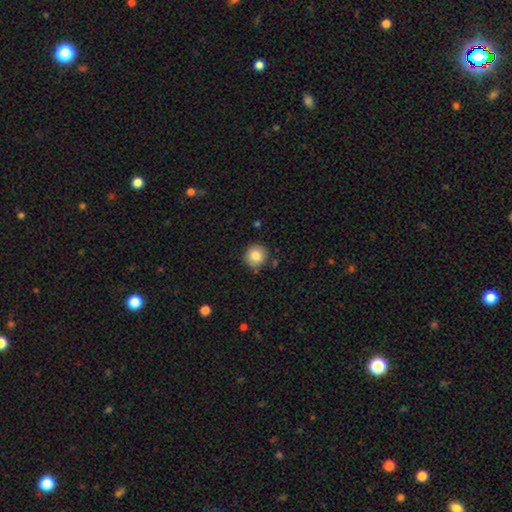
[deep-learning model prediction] This appears to be a smooth galaxy with no disk features (84%) that is round (92%). Merging: none (85%).